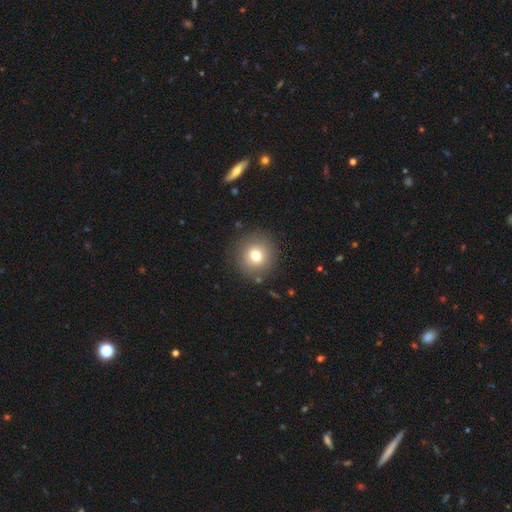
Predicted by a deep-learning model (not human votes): Smooth or featured: smooth — 74% (featured or disk — 14%)
How rounded: round — 92% (in between — 7%)
Merging: none — 87% (minor disturbance — 8%)